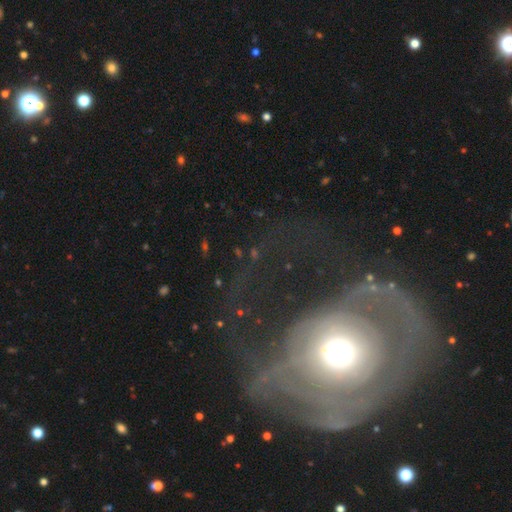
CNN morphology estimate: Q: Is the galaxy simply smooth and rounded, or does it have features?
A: featured or disk — 62%.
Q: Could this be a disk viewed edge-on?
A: no — 94%.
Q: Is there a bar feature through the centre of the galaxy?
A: no — 78%.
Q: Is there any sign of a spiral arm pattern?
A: no — 55%.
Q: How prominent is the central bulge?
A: moderate — 63%.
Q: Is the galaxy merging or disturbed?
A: major disturbance — 52%.